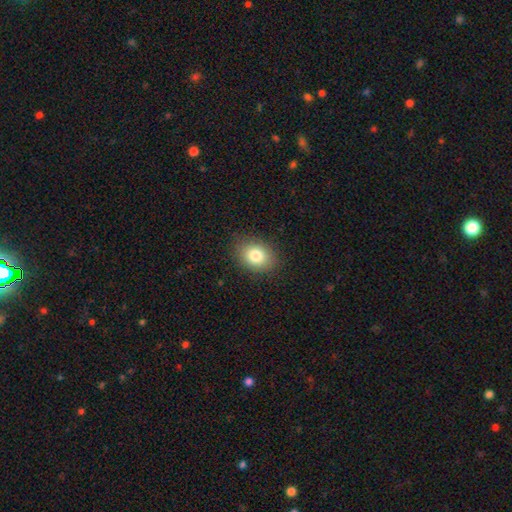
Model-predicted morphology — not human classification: Smooth or featured? smooth (81%)
How rounded? in between (62%)
Merging? none (85%)